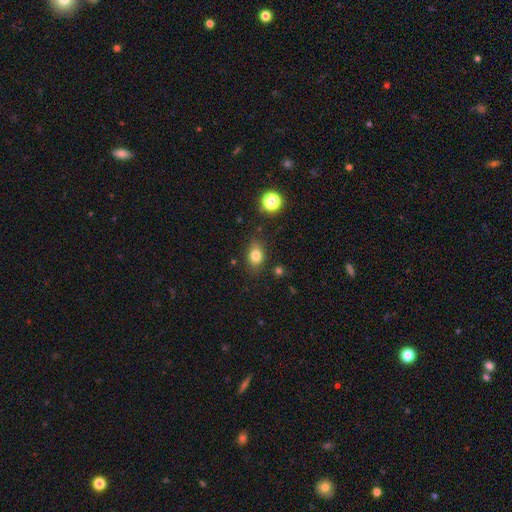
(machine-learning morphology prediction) smooth-or-featured: smooth: 80% | star or artifact: 11% | featured or disk: 9%
  how-rounded: in between: 72% | round: 27% | cigar-shaped: 2%
  merging: none: 77% | minor disturbance: 16% | major disturbance: 4% | merger: 3%